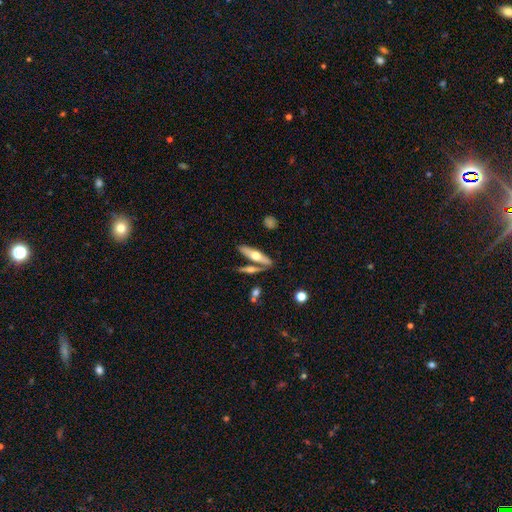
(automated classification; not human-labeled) A featured or disk galaxy (52%) viewed edge-on (86%).

Vote fractions:
- Smooth or featured? featured or disk: 52% / smooth: 43% / star or artifact: 6%
- Edge-on disk? yes: 86% / no: 14%
- Merging? none: 68% / merger: 17% / minor disturbance: 12% / major disturbance: 4%